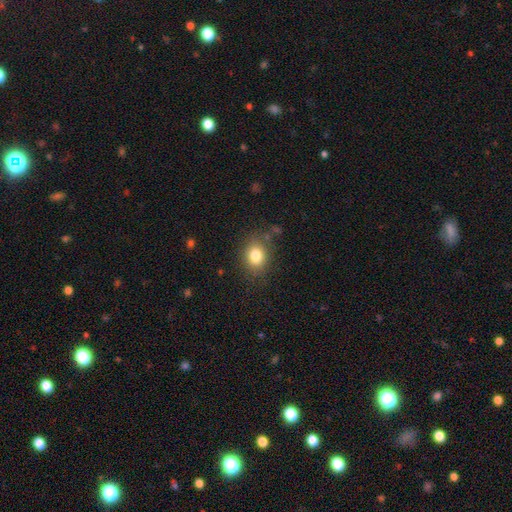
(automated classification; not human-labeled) Q: Smooth or featured?
A: smooth (81%); runner-up: star or artifact (11%)
Q: How rounded?
A: in between (50%); runner-up: round (49%)
Q: Merging?
A: none (81%); runner-up: minor disturbance (13%)